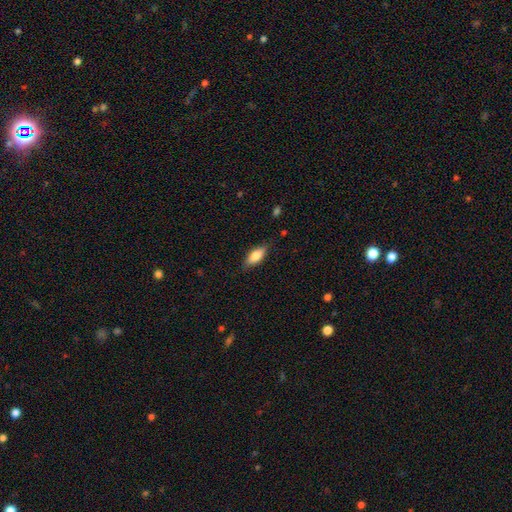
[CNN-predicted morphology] Smooth or featured?
  - smooth: 74% *
  - featured or disk: 19%
  - star or artifact: 7%
How rounded?
  - in between: 76% *
  - cigar-shaped: 21%
  - round: 3%
Merging?
  - none: 81% *
  - minor disturbance: 14%
  - major disturbance: 3%
  - merger: 1%